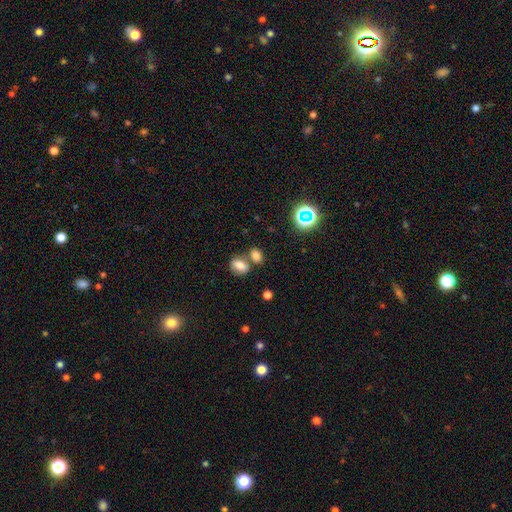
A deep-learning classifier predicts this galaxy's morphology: Smooth or featured: smooth — 75% (star or artifact — 17%)
How rounded: in between — 77% (round — 20%)
Merging: none — 51% (merger — 35%)